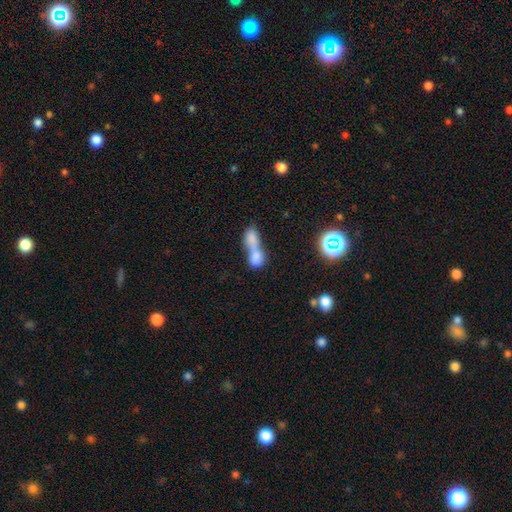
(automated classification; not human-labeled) smooth_or_featured: smooth (p=0.72) [alt: featured or disk p=0.17]
how_rounded: in between (p=0.63) [alt: round p=0.25]
merging: merger (p=0.77) [alt: none p=0.13]